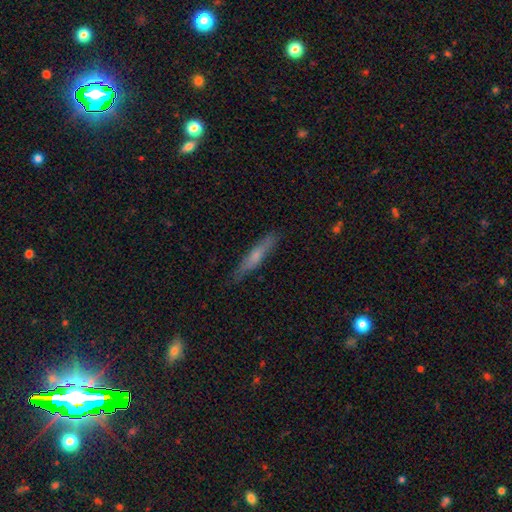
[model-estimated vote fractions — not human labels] Smooth or featured? Predicted: smooth (p=0.51). How rounded? Predicted: cigar-shaped (p=0.92). Merging? Predicted: none (p=0.85).